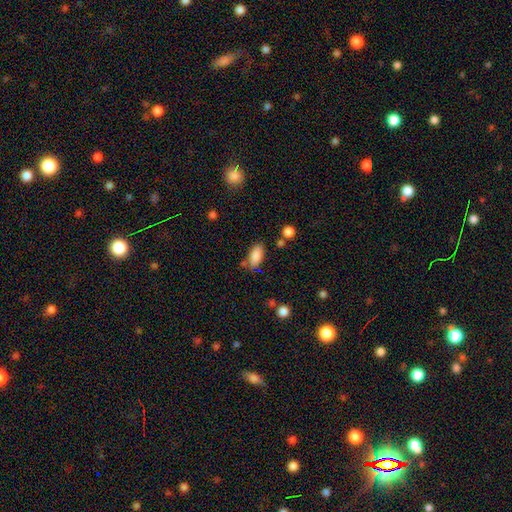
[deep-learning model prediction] A smooth galaxy with no disk features (86%) that is in between round and cigar-shaped (90%).

Vote fractions:
- Smooth or featured? smooth: 86% / star or artifact: 8% / featured or disk: 6%
- How rounded? in between: 90% / cigar-shaped: 7% / round: 3%
- Merging? none: 73% / minor disturbance: 15% / merger: 7% / major disturbance: 4%